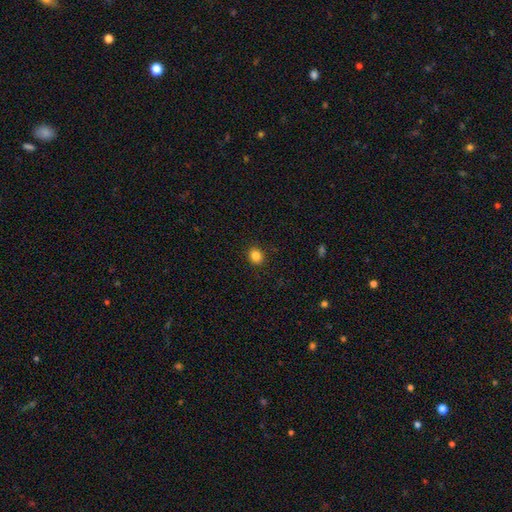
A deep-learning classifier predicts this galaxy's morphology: Smooth or featured: smooth — 85% (star or artifact — 11%)
How rounded: round — 74% (in between — 25%)
Merging: none — 91% (minor disturbance — 6%)